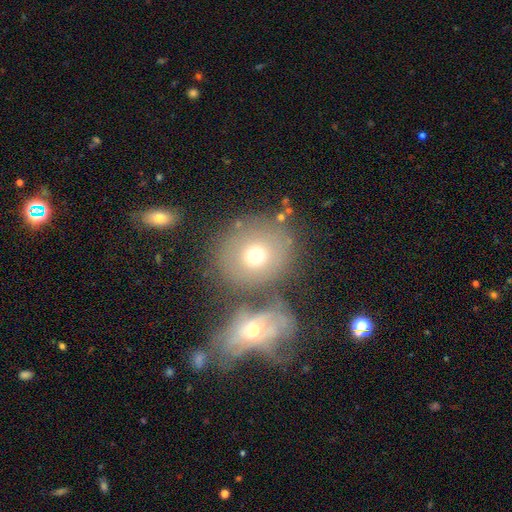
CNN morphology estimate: Smooth or featured? smooth (66%)
How rounded? round (76%)
Merging? none (49%)